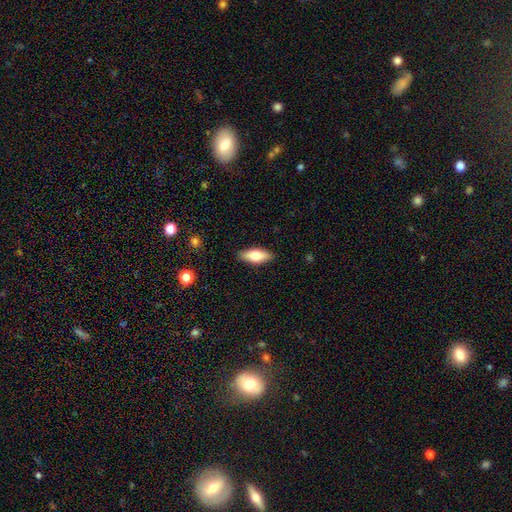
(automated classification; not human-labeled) Morphology: type=smooth (71%); roundness=in between (75%); merging=none (88%).